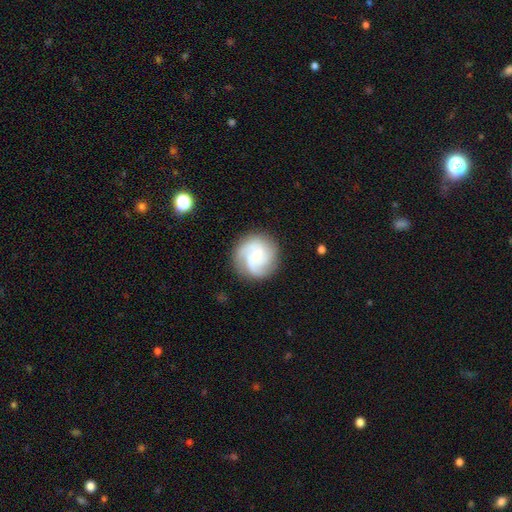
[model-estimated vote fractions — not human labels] smooth-or-featured: featured or disk: 72% | smooth: 22% | star or artifact: 6%
  disk-edge-on: no: 98% | yes: 2%
    bar: no: 68% | weak: 28% | strong: 4%
    has-spiral-arms: yes: 95% | no: 5%
      spiral-winding: medium: 43% | tight: 41% | loose: 16%
      spiral-arm-count: 3: 53% | 2: 16% | can't tell: 14% | 4: 8% | 1: 5% | more than 4: 4%
    bulge-size: small: 63% | moderate: 24% | none: 8% | large: 3% | dominant: 1%
  merging: none: 77% | minor disturbance: 14% | major disturbance: 7% | merger: 2%